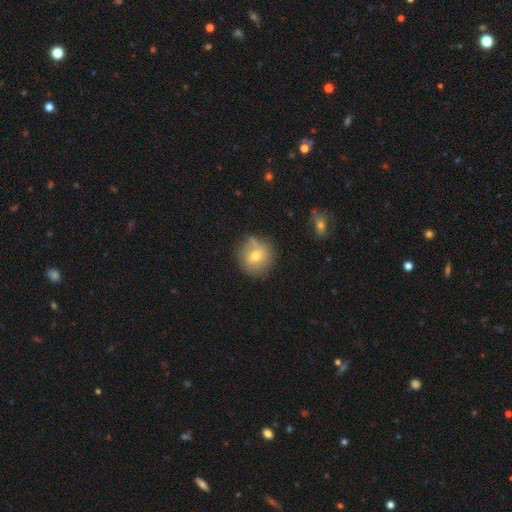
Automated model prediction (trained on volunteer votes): smooth_or_featured: smooth (p=0.65) [alt: featured or disk p=0.25]
how_rounded: round (p=0.89) [alt: in between p=0.10]
merging: none (p=0.73) [alt: minor disturbance p=0.18]